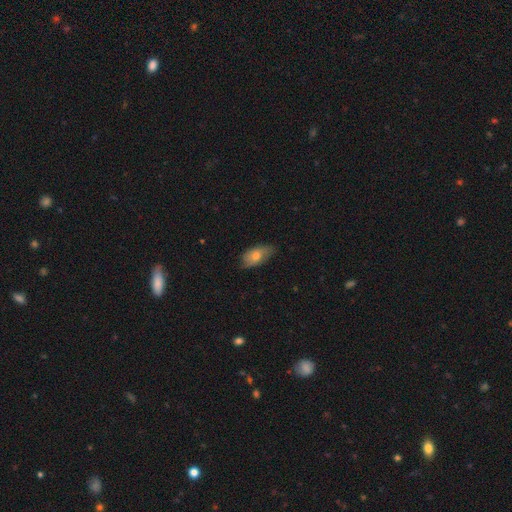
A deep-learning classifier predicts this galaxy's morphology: Q: Smooth or featured?
A: smooth (68%); runner-up: featured or disk (24%)
Q: How rounded?
A: in between (89%); runner-up: cigar-shaped (6%)
Q: Merging?
A: none (68%); runner-up: minor disturbance (26%)